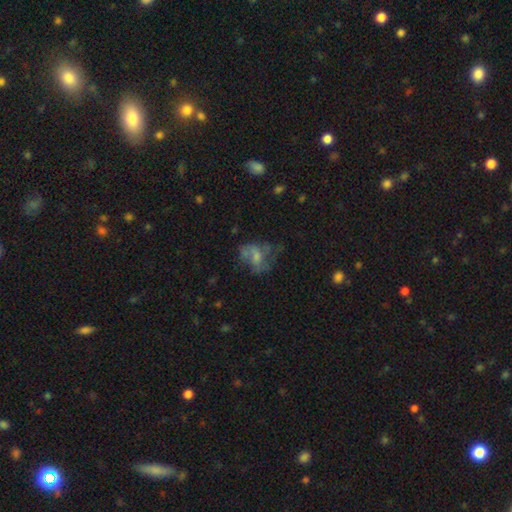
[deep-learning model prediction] Overall: featured or disk (47%; smooth 39%). Merging: major disturbance (38%; none 35%).